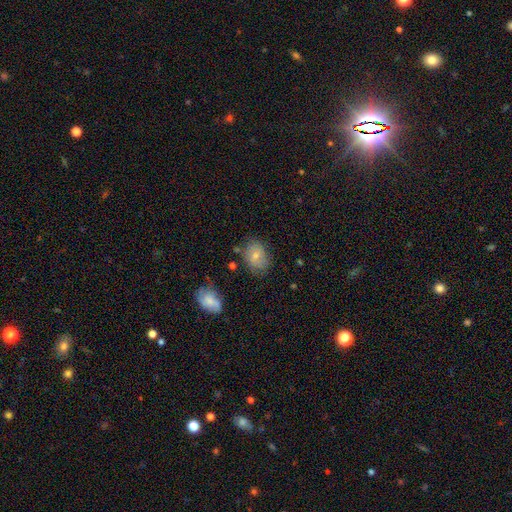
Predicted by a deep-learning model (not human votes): Smooth or featured? smooth (67%)
How rounded? in between (62%)
Merging? none (69%)